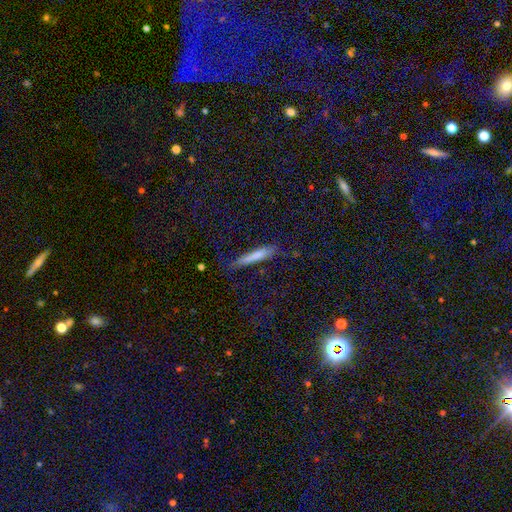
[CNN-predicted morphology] smooth-or-featured: smooth: 73% | featured or disk: 20% | star or artifact: 7%
  how-rounded: cigar-shaped: 92% | in between: 7% | round: 1%
  merging: none: 74% | minor disturbance: 18% | major disturbance: 5% | merger: 2%